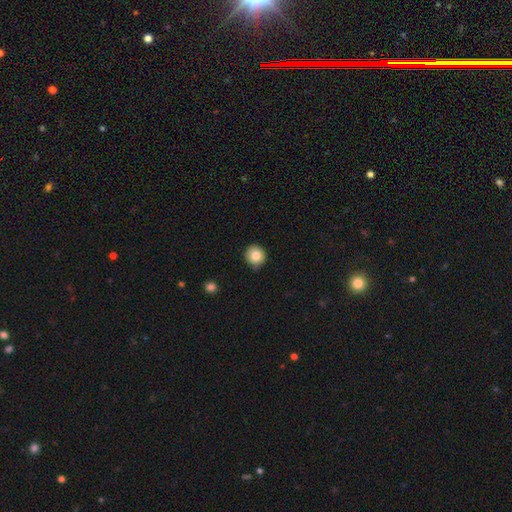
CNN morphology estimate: Smooth or featured? smooth (79%)
How rounded? round (92%)
Merging? none (79%)